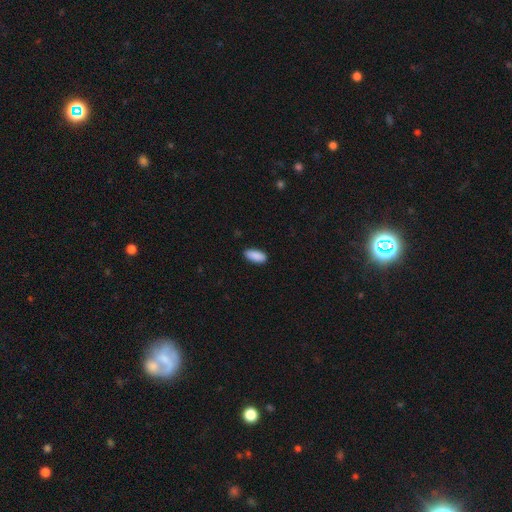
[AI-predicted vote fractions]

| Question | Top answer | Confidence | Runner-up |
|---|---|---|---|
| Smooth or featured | smooth | 91% | star or artifact (6%) |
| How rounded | in between | 89% | cigar-shaped (9%) |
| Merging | none | 87% | minor disturbance (10%) |